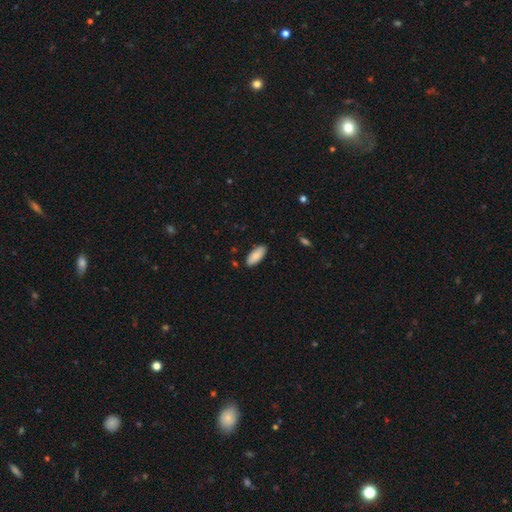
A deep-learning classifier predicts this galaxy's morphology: Smooth or featured: smooth — 87% (featured or disk — 7%)
How rounded: in between — 83% (cigar-shaped — 15%)
Merging: none — 87% (minor disturbance — 10%)